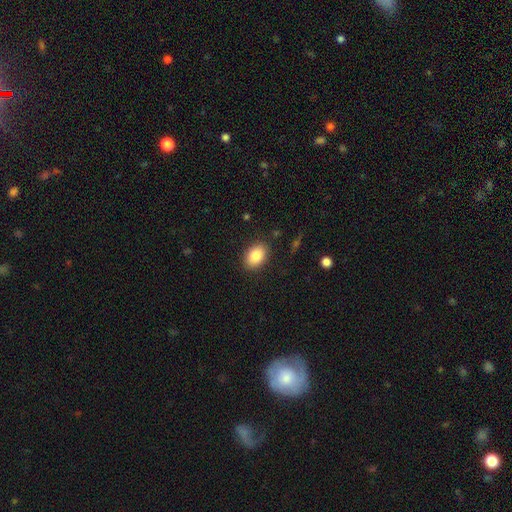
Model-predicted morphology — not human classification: Smooth or featured: smooth — 86% (star or artifact — 8%)
How rounded: in between — 81% (round — 18%)
Merging: none — 87% (minor disturbance — 9%)